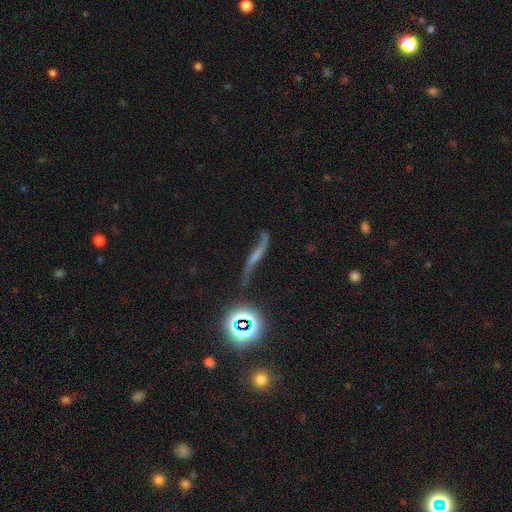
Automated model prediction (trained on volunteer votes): A featured or disk galaxy (53%).

Vote fractions:
- Smooth or featured? featured or disk: 53% / star or artifact: 25% / smooth: 22%
- Edge-on disk? no: 61% / yes: 39%
- Merging? none: 58% / minor disturbance: 20% / major disturbance: 15% / merger: 7%